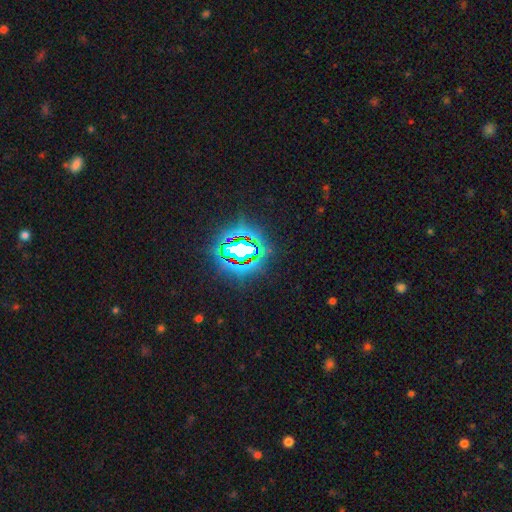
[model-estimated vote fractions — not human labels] This appears to be a star or artifact, not a galaxy (84%).